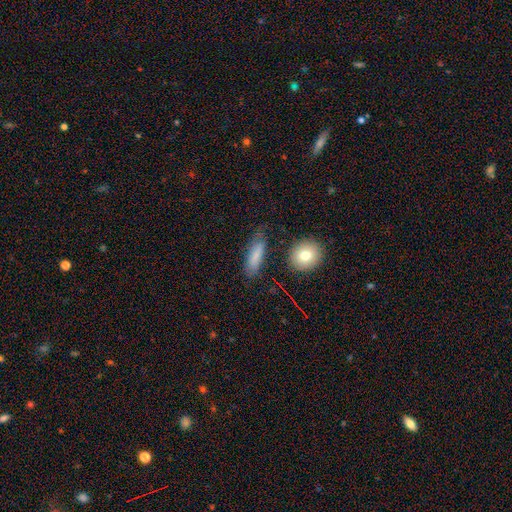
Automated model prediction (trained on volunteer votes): Overall: smooth (77%). How rounded: in between (48%, tied with cigar-shaped). Merging: none (73%).